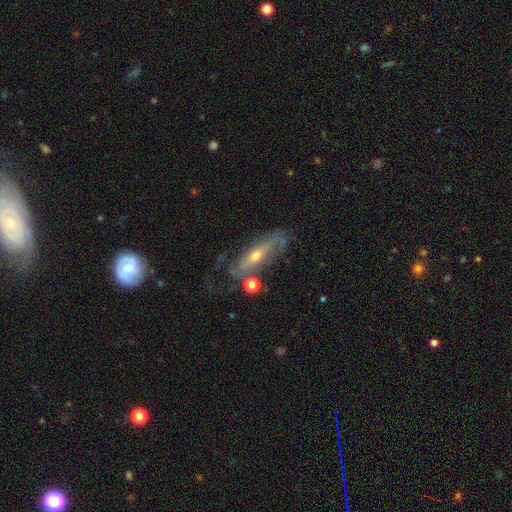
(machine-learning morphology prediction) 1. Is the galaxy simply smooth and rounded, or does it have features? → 69% featured or disk, 22% smooth, 8% star or artifact.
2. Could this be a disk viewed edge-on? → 64% no, 36% yes.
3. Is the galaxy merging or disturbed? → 58% none, 23% minor disturbance, 13% major disturbance, 6% merger.